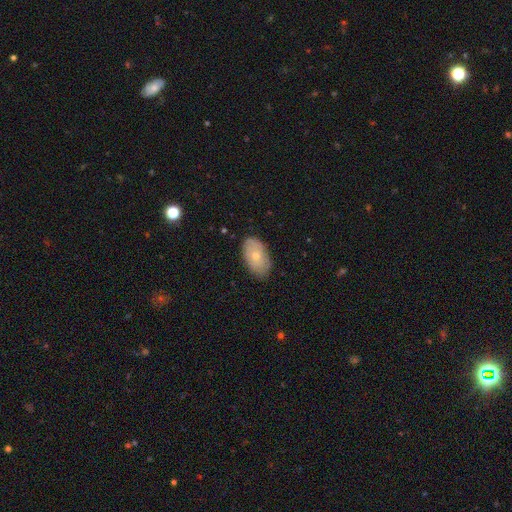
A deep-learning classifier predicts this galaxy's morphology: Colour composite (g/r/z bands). It shows a featured or disk galaxy (47%, tied with smooth). Merging: none (78%).